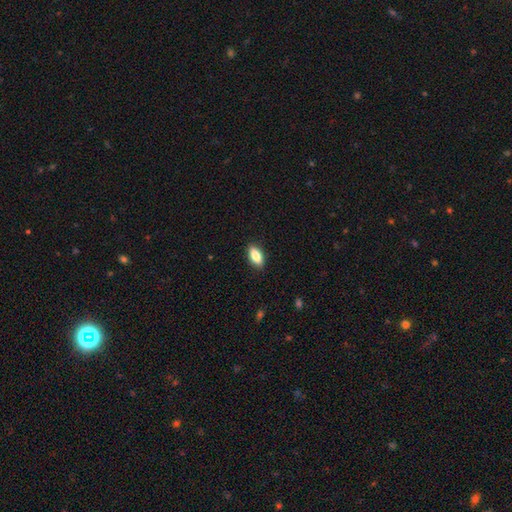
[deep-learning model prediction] smooth 83%, featured or disk 10%, star or artifact 7%. Down the decision tree: how rounded — in between (87%); merging — none (89%).